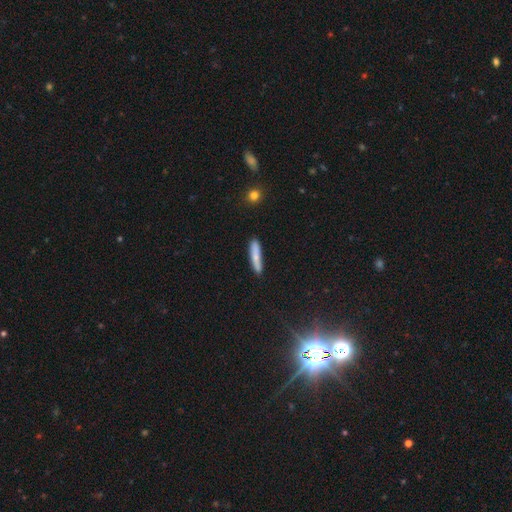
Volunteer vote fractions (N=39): smooth-or-featured: smooth: 82% | featured or disk: 18% | star or artifact: 0%
  how-rounded: cigar-shaped: 94% | in between: 6% | round: 0%
  merging: none: 85% | minor disturbance: 13% | major disturbance: 3% | merger: 0%